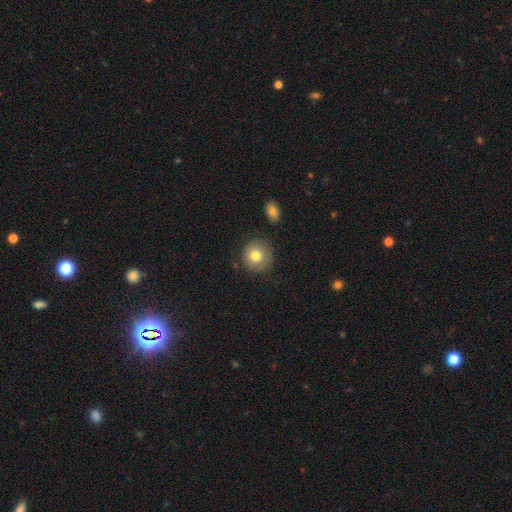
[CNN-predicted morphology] type=smooth (78%); roundness=round (91%); merging=none (81%).